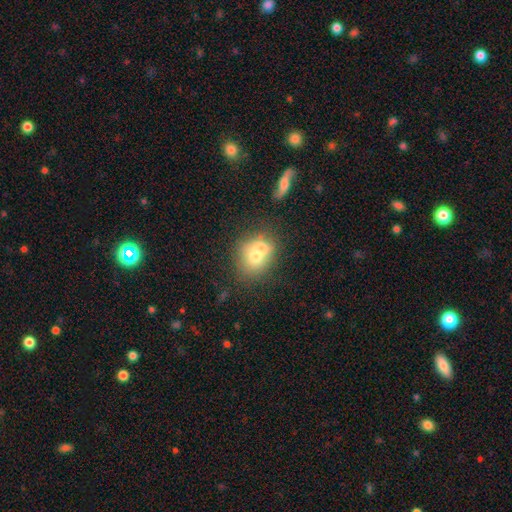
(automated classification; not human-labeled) smooth-or-featured: smooth: 64% | featured or disk: 25% | star or artifact: 10%
  how-rounded: round: 64% | in between: 35% | cigar-shaped: 1%
  merging: merger: 53% | none: 32% | minor disturbance: 10% | major disturbance: 4%